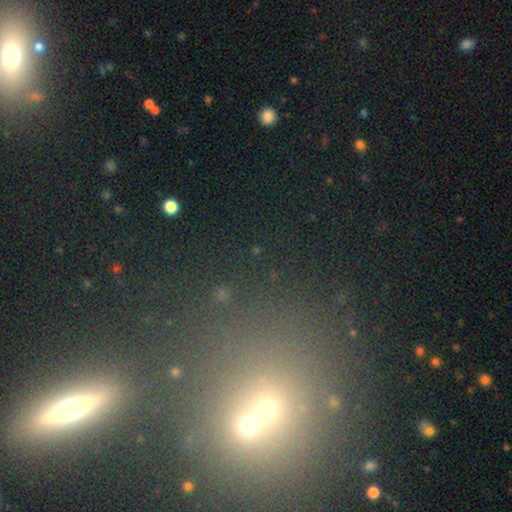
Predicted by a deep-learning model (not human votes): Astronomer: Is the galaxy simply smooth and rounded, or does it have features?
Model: star or artifact — 56%.